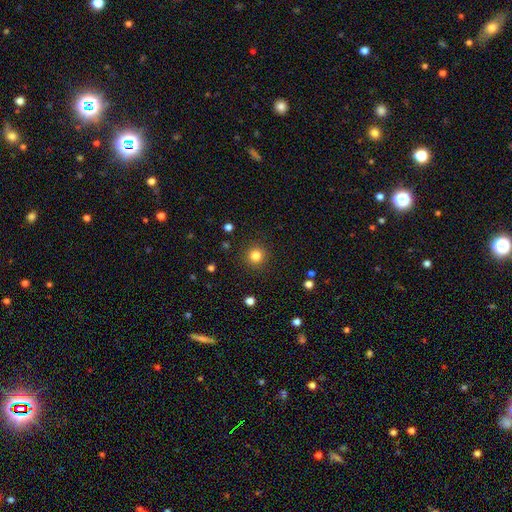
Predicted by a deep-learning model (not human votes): This is clearly a smooth galaxy (83%). How rounded: clearly round (94%). Merging: clearly none (91%).